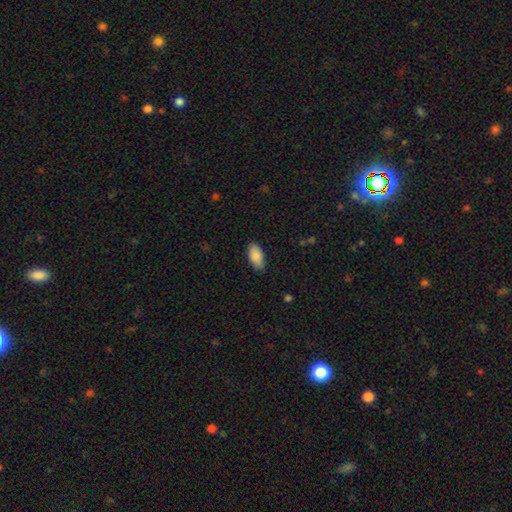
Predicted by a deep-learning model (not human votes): Smooth or featured: smooth — 90% (star or artifact — 6%)
How rounded: in between — 94% (cigar-shaped — 4%)
Merging: none — 86% (minor disturbance — 11%)